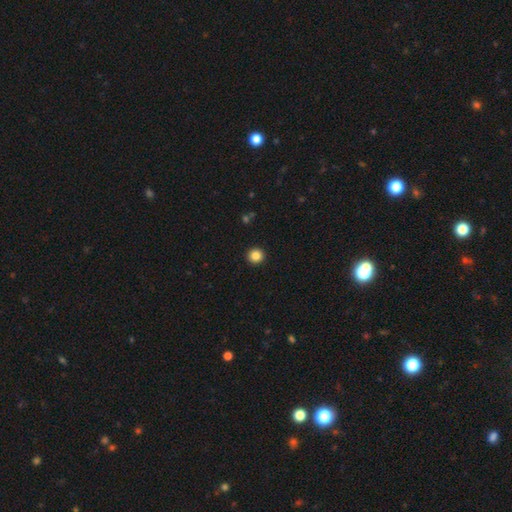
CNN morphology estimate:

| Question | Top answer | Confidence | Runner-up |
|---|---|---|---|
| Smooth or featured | smooth | 85% | star or artifact (11%) |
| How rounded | round | 95% | in between (4%) |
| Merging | none | 94% | minor disturbance (4%) |